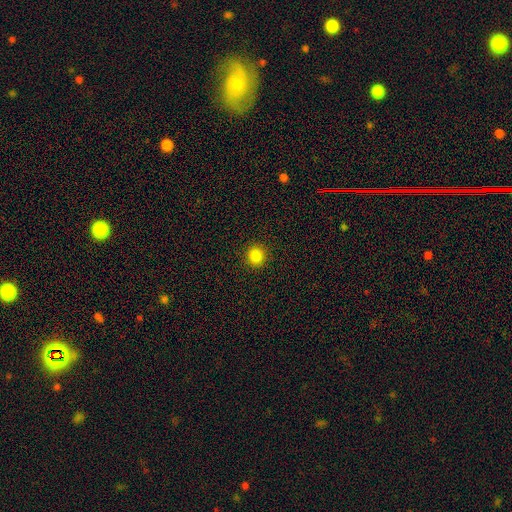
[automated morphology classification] Smooth or featured?
  - smooth: 84% *
  - star or artifact: 12%
  - featured or disk: 4%
How rounded?
  - round: 93% *
  - in between: 6%
  - cigar-shaped: 1%
Merging?
  - none: 93% *
  - minor disturbance: 5%
  - major disturbance: 2%
  - merger: 1%